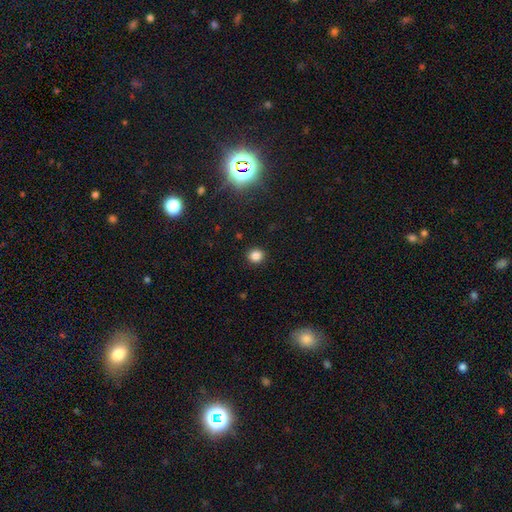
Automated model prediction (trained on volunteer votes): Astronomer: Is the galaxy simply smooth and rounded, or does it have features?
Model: smooth — 84%.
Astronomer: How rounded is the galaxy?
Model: round — 89%.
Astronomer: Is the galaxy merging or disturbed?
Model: none — 91%.